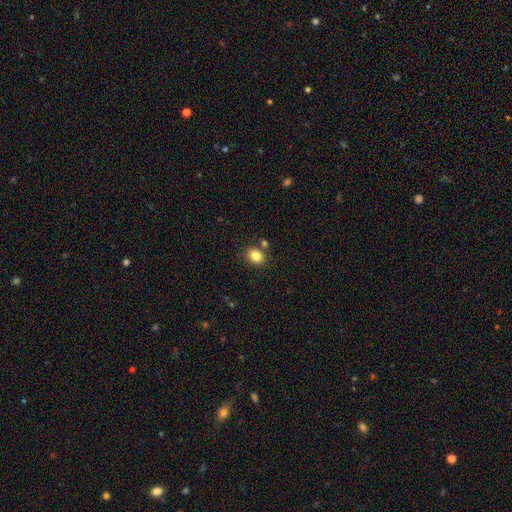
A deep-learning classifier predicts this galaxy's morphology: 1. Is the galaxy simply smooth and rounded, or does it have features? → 83% smooth, 11% star or artifact, 6% featured or disk.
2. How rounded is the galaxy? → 55% round, 44% in between, 1% cigar-shaped.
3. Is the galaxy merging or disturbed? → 76% none, 11% minor disturbance, 10% merger, 3% major disturbance.